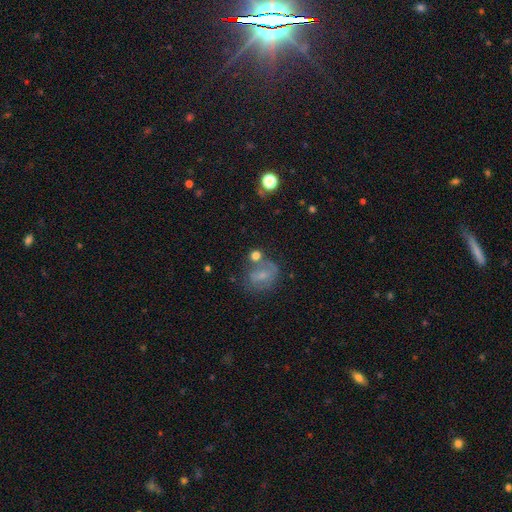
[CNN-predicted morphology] This appears to be a smooth galaxy with no disk features (57%) that is round (68%). Merging: none (49%).